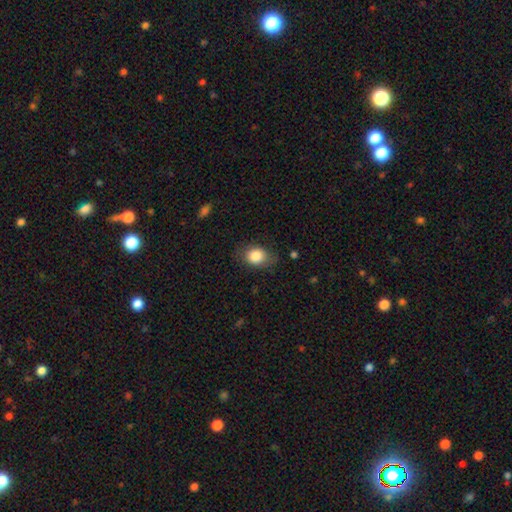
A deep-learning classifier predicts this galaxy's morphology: type=smooth (83%); roundness=in between (63%); merging=none (75%).